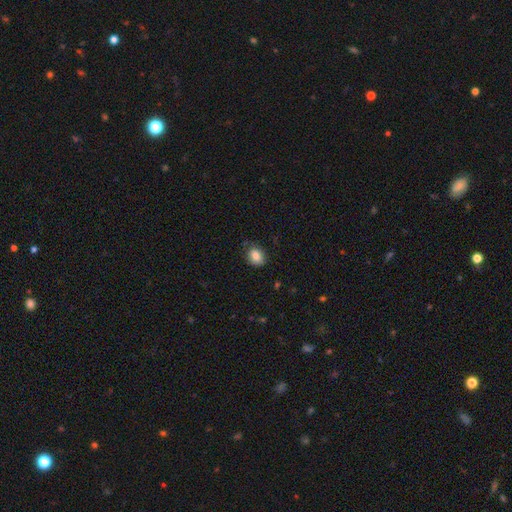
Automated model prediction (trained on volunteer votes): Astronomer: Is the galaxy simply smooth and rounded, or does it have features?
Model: smooth — 84%.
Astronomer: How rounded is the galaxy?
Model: in between — 57% (runner-up: round, 42%).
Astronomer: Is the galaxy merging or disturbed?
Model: none — 75%.